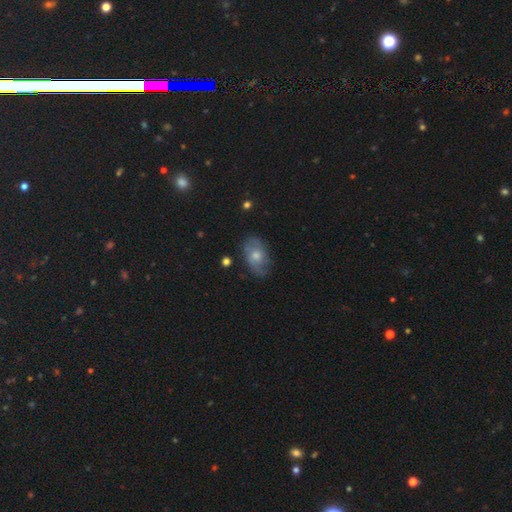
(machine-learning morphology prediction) type=smooth (53%); roundness=in between (88%); merging=none (67%).